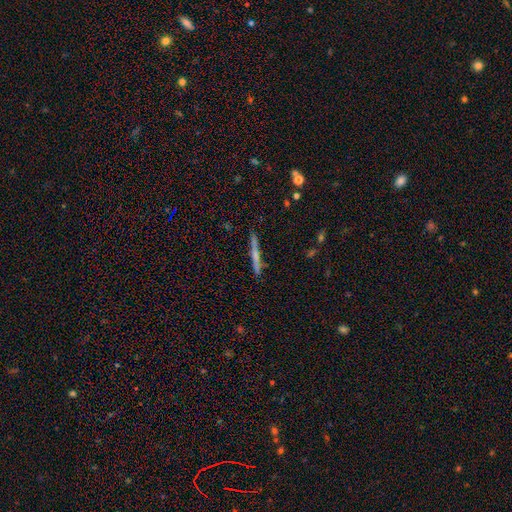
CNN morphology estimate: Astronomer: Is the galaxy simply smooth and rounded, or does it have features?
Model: featured or disk — 47% (runner-up: smooth, 46%).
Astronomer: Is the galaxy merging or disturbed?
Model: none — 88%.